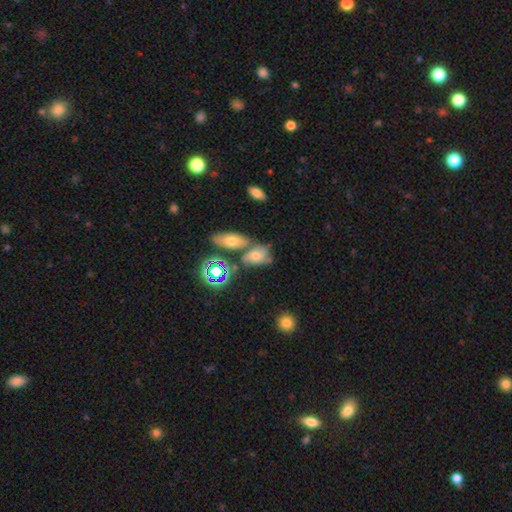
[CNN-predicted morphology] This appears to be a smooth galaxy with no disk features (42%). Merging: none (40%).